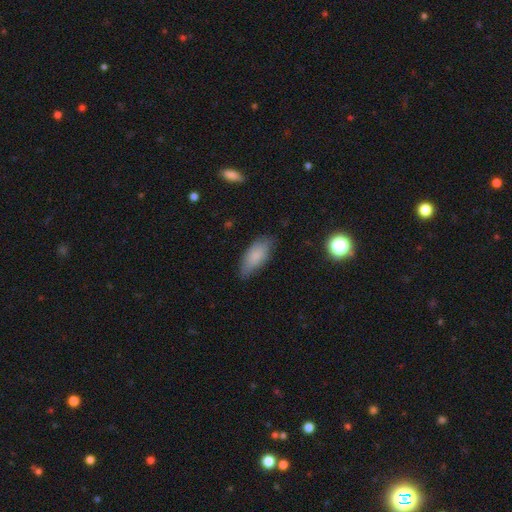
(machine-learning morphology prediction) smooth 80%, featured or disk 13%, star or artifact 7%. Down the decision tree: how rounded — in between (82%); merging — none (75%).